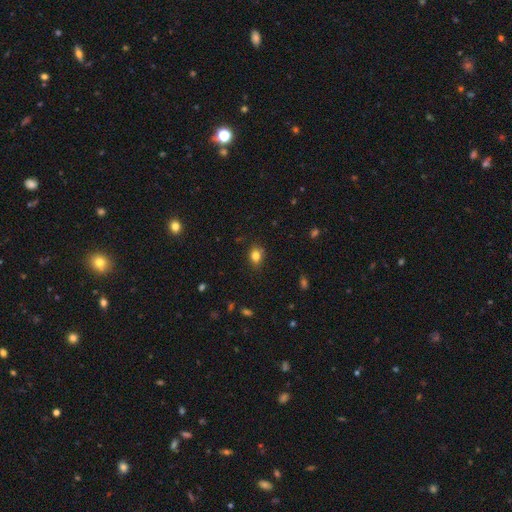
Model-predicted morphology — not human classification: type=smooth (81%); roundness=in between (59%); merging=none (80%).